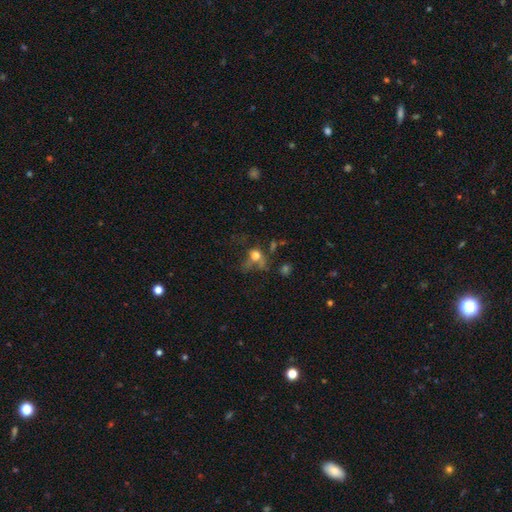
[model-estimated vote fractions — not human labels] smooth-or-featured: smooth: 58% | featured or disk: 24% | star or artifact: 18%
  how-rounded: round: 59% | in between: 39% | cigar-shaped: 3%
  merging: major disturbance: 40% | none: 31% | minor disturbance: 17% | merger: 11%